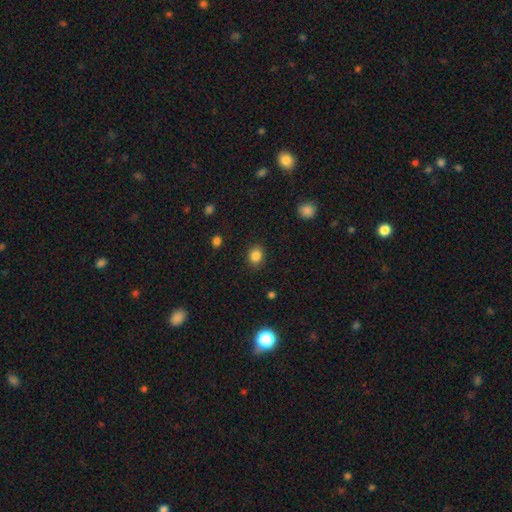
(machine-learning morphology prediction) Smooth or featured: smooth — 85% (star or artifact — 10%)
How rounded: round — 59% (in between — 40%)
Merging: none — 87% (minor disturbance — 9%)